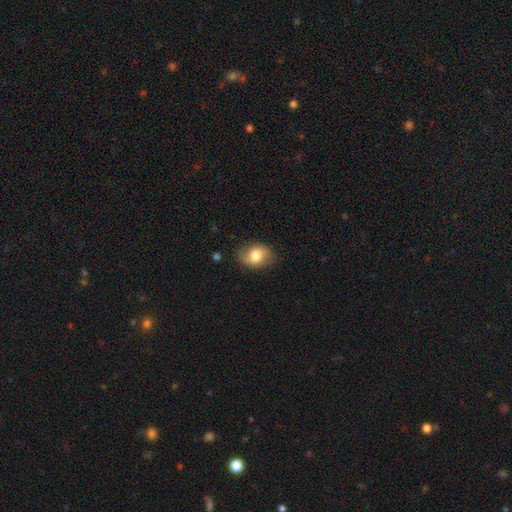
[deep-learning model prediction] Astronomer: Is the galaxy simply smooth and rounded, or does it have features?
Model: smooth — 72%.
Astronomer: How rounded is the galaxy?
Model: in between — 69%.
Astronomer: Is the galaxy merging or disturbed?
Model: none — 80%.